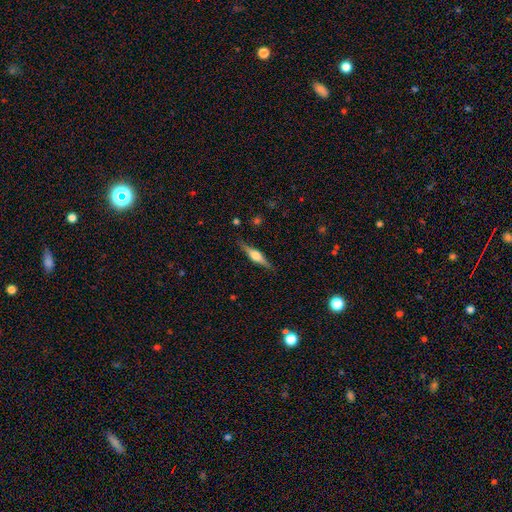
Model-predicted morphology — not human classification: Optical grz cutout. It shows a featured or disk galaxy (69%) viewed edge-on (97%) with a rounded central bulge (90%). Merging: none (88%).